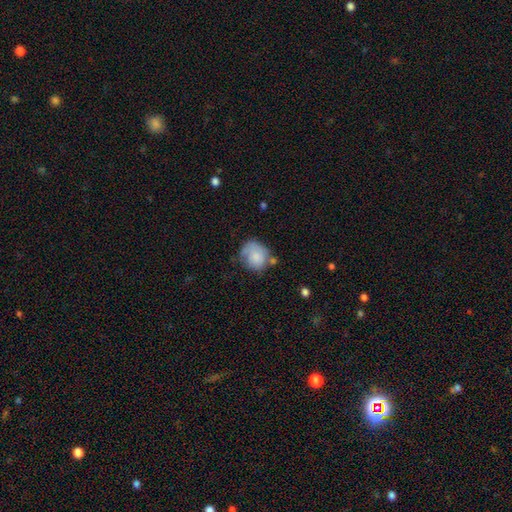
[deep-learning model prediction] smooth_or_featured: smooth (p=0.72) [alt: featured or disk p=0.21]
how_rounded: round (p=0.69) [alt: in between p=0.30]
merging: none (p=0.47) [alt: minor disturbance p=0.30]